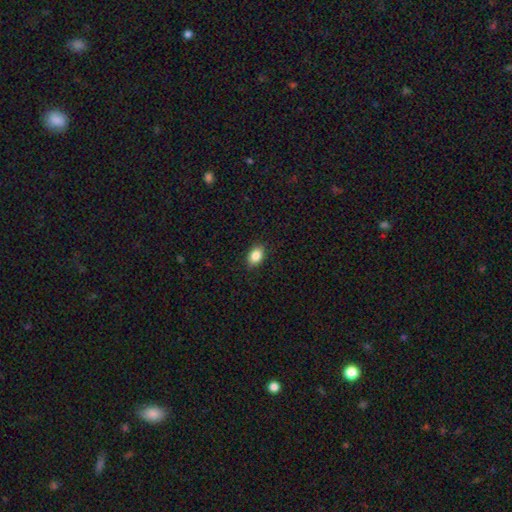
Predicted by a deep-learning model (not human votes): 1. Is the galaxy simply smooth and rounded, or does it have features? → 87% smooth, 8% star or artifact, 5% featured or disk.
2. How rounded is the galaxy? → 85% in between, 14% round, 1% cigar-shaped.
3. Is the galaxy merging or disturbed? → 89% none, 9% minor disturbance, 2% major disturbance, 1% merger.